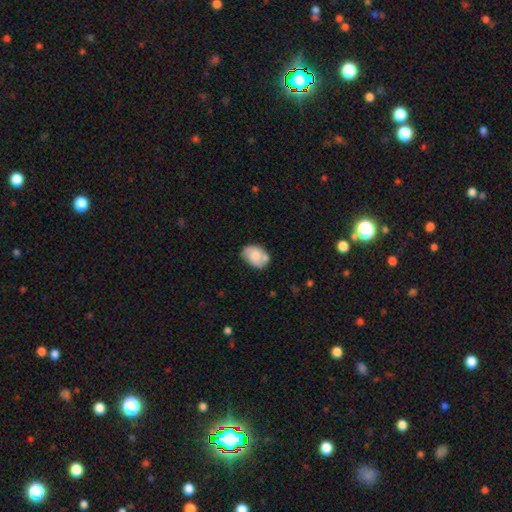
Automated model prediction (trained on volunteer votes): Smooth or featured? smooth (65%)
How rounded? in between (78%)
Merging? none (56%)